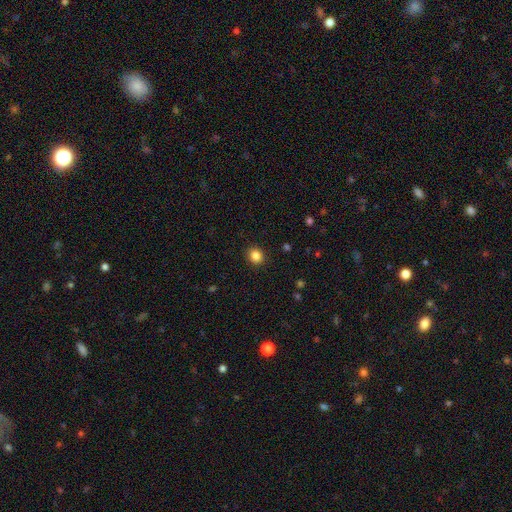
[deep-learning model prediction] Smooth or featured? Predicted: smooth (p=0.84). How rounded? Predicted: round (p=0.84). Merging? Predicted: none (p=0.91).